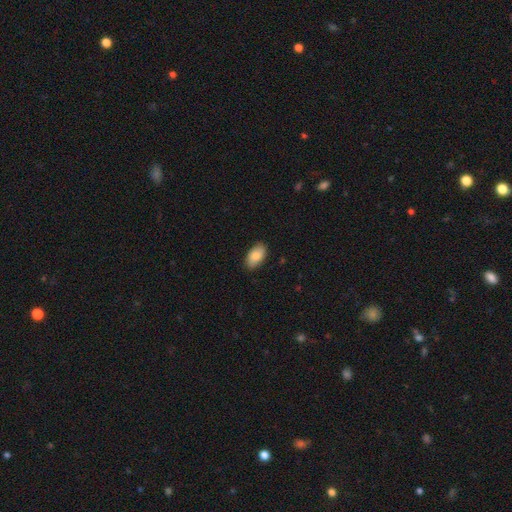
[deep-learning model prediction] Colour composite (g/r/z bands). It shows a smooth galaxy with no disk features (86%) that is in between round and cigar-shaped (94%). Merging: none (84%).